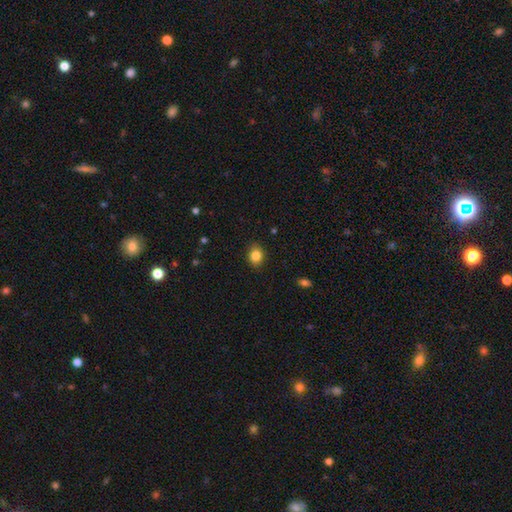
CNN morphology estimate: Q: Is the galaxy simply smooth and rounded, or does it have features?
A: smooth — 84%.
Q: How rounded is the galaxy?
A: in between — 50%.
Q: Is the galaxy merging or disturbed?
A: none — 87%.